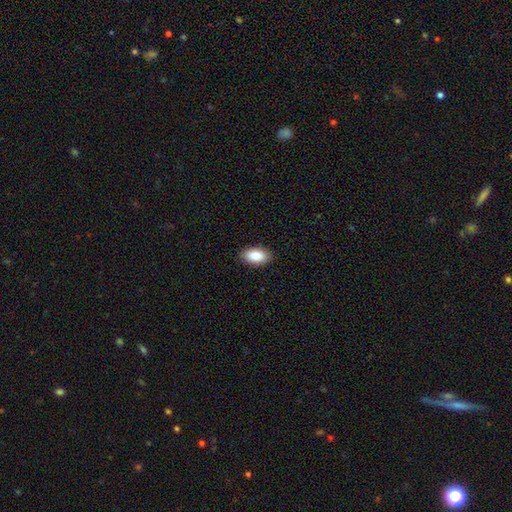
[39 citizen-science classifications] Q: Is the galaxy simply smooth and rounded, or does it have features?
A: smooth — 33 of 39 (85%).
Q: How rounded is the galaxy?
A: in between — 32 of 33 (97%).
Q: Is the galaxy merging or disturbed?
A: none — 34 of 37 (92%).